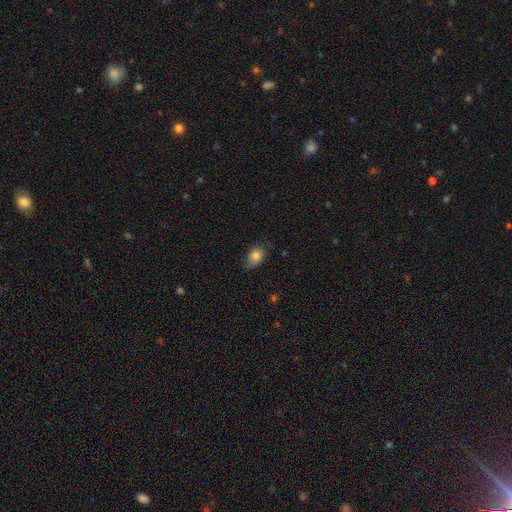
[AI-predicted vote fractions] Smooth or featured: smooth — 78% (featured or disk — 13%)
How rounded: in between — 79% (round — 19%)
Merging: none — 61% (minor disturbance — 31%)